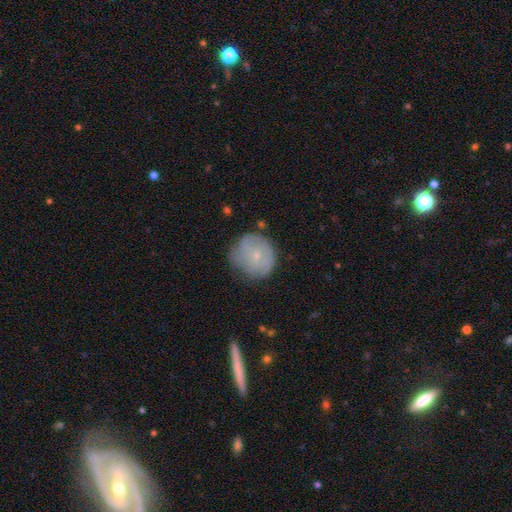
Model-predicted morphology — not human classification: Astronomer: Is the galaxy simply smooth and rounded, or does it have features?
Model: smooth — 52% (runner-up: featured or disk, 39%).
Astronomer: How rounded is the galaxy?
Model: round — 89%.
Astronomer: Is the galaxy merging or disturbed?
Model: none — 65%.